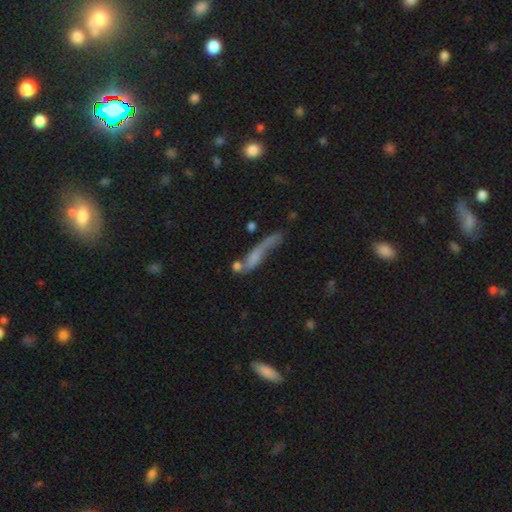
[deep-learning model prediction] This appears to be a smooth galaxy with no disk features (48%). Merging: none (36%).